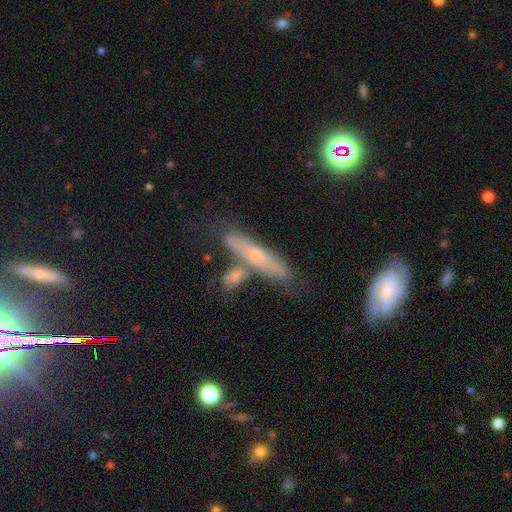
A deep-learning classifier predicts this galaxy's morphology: Q: Smooth or featured?
A: featured or disk (50%); runner-up: smooth (39%)
Q: Merging?
A: none (64%); runner-up: minor disturbance (16%)